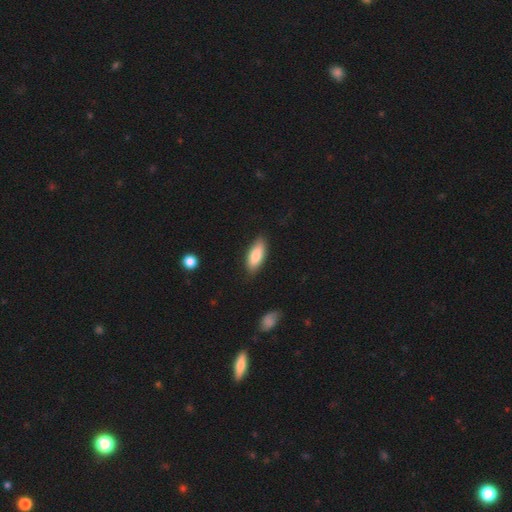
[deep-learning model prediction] Morphology: type=smooth (83%); roundness=in between (78%); merging=none (82%).